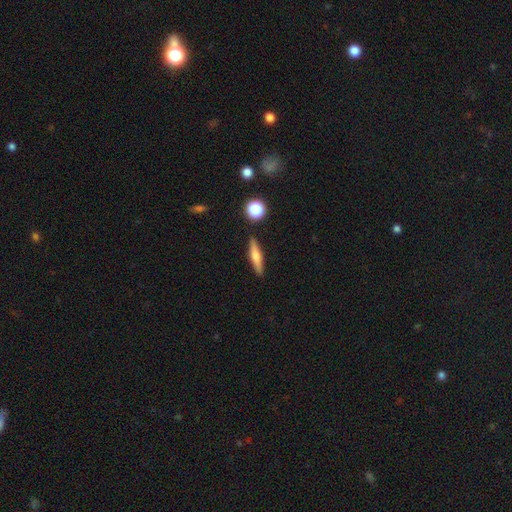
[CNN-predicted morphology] A smooth galaxy with no disk features (53%) that is cigar-shaped (78%).

Vote fractions:
- Smooth or featured? smooth: 53% / featured or disk: 40% / star or artifact: 7%
- How rounded? cigar-shaped: 78% / in between: 17% / round: 5%
- Merging? none: 88% / minor disturbance: 8% / merger: 3% / major disturbance: 2%